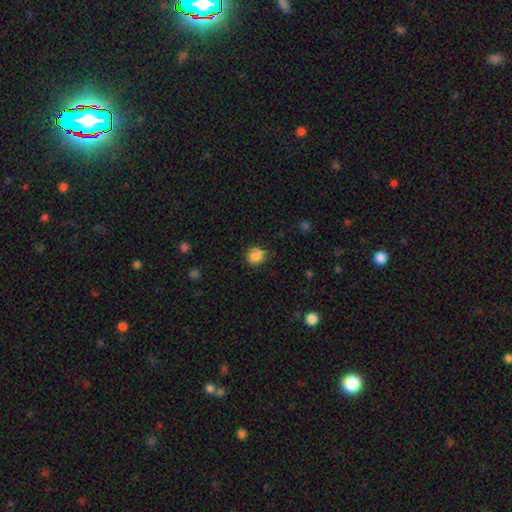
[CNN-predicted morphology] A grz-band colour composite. It shows a smooth galaxy with no disk features (86%) that is round (85%). Merging: none (83%).